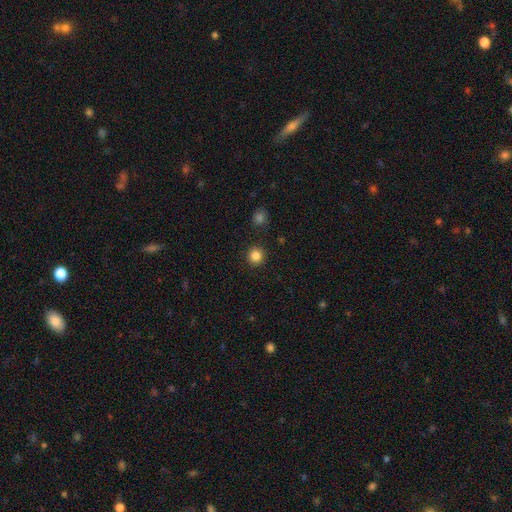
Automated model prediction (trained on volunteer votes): smooth-or-featured: smooth: 85% | star or artifact: 12% | featured or disk: 4%
  how-rounded: round: 94% | in between: 5% | cigar-shaped: 1%
  merging: none: 91% | minor disturbance: 5% | major disturbance: 2% | merger: 2%